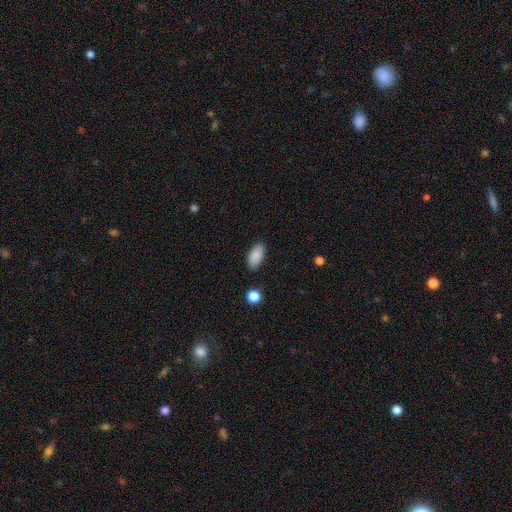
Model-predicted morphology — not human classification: The model was most divided on "merging": none: 86%, minor disturbance: 10%, major disturbance: 2%, merger: 2%. More confident: how rounded — in between (92%); smooth or featured — smooth (89%).